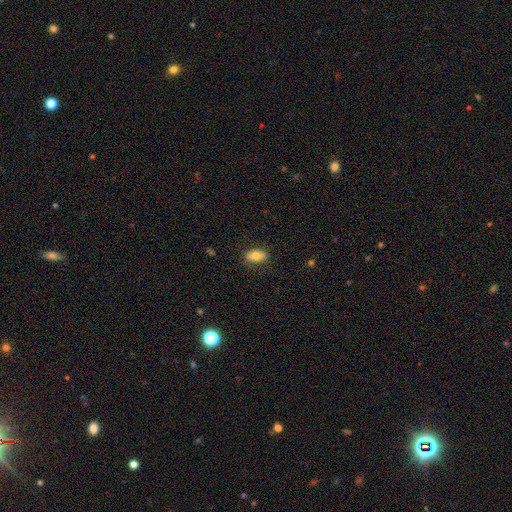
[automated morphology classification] Smooth or featured?
  - smooth: 74% *
  - featured or disk: 18%
  - star or artifact: 8%
How rounded?
  - in between: 89% *
  - round: 9%
  - cigar-shaped: 2%
Merging?
  - none: 83% *
  - minor disturbance: 13%
  - major disturbance: 3%
  - merger: 1%